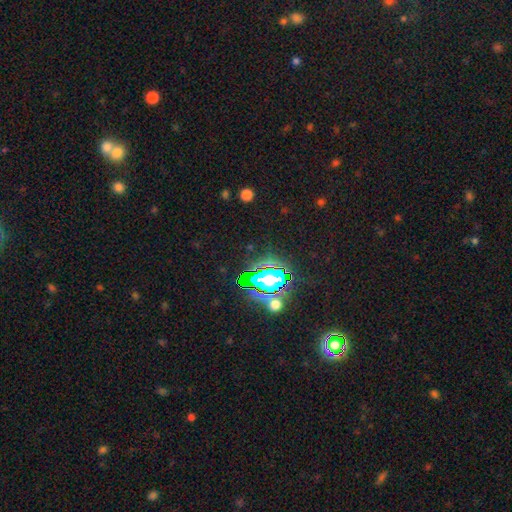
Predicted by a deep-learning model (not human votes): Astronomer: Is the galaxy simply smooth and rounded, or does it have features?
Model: star or artifact — 76%.